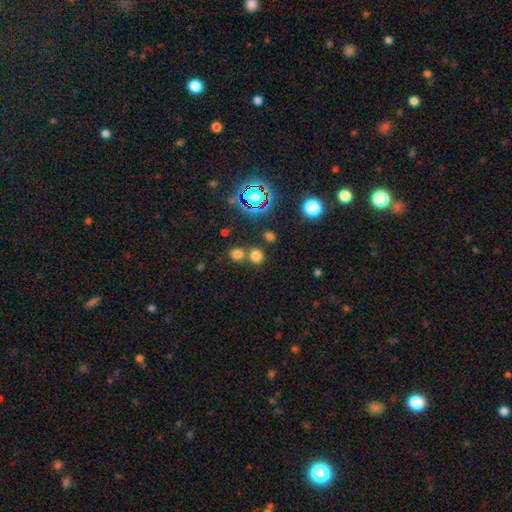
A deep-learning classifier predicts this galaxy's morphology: This appears to be a smooth galaxy with no disk features (69%) that is round (87%). Merging: none (61%).